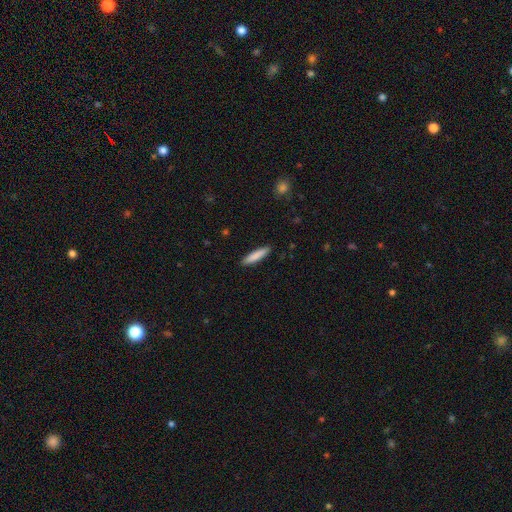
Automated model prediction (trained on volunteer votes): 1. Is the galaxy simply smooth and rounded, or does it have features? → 85% smooth, 10% featured or disk, 6% star or artifact.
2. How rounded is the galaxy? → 86% cigar-shaped, 12% in between, 1% round.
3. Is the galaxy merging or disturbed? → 91% none, 7% minor disturbance, 2% major disturbance, 1% merger.